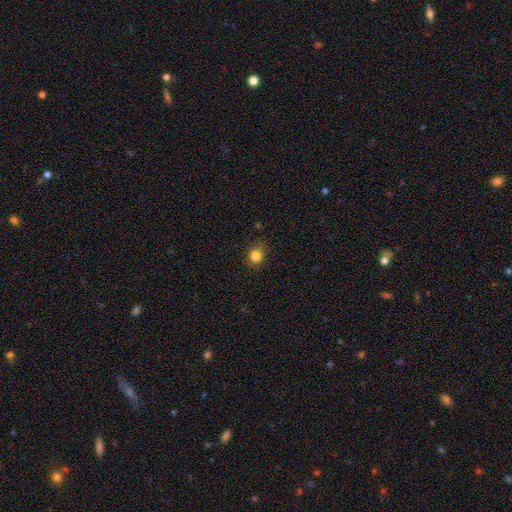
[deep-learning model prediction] smooth_or_featured: smooth (p=0.83) [alt: star or artifact p=0.12]
how_rounded: round (p=0.77) [alt: in between p=0.22]
merging: none (p=0.86) [alt: minor disturbance p=0.11]